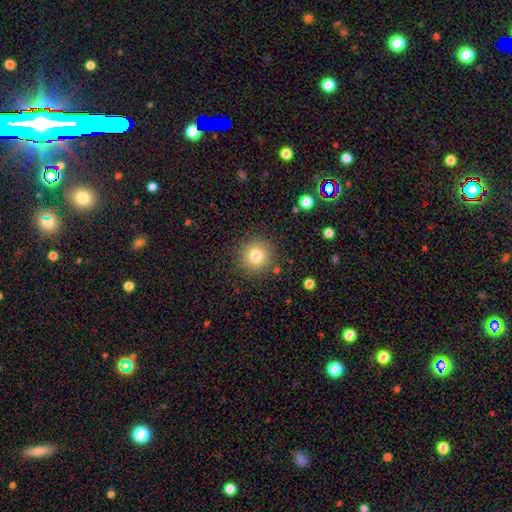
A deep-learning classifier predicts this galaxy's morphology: Overall: smooth (79%). How rounded: round (94%). Merging: none (88%).